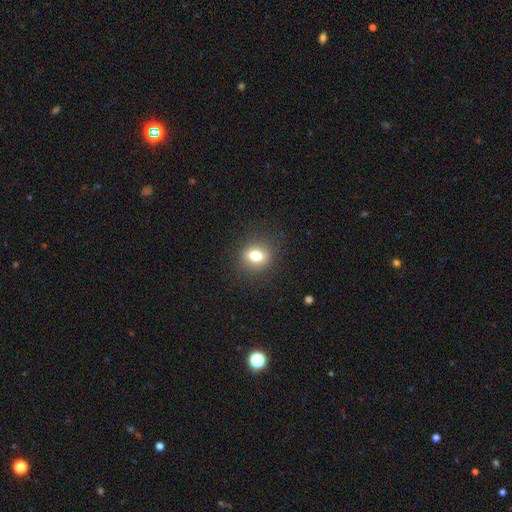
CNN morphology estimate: Q: Smooth or featured?
A: smooth (73%); runner-up: featured or disk (14%)
Q: How rounded?
A: round (69%); runner-up: in between (30%)
Q: Merging?
A: none (89%); runner-up: minor disturbance (8%)